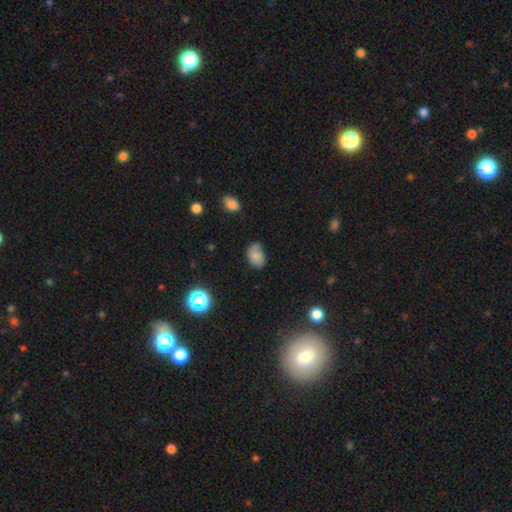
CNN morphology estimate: Smooth or featured? Predicted: smooth (p=0.78). How rounded? Predicted: in between (p=0.79). Merging? Predicted: none (p=0.53).